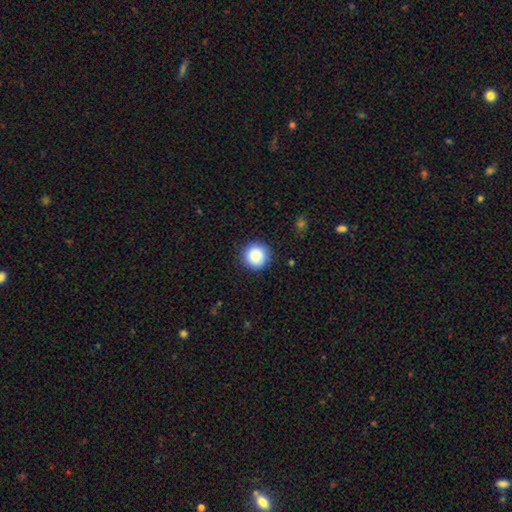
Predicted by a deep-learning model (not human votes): A smooth galaxy with no disk features (87%) that is round (95%).

Vote fractions:
- Smooth or featured? smooth: 87% / star or artifact: 8% / featured or disk: 4%
- How rounded? round: 95% / in between: 4% / cigar-shaped: 1%
- Merging? none: 90% / minor disturbance: 7% / major disturbance: 2% / merger: 1%